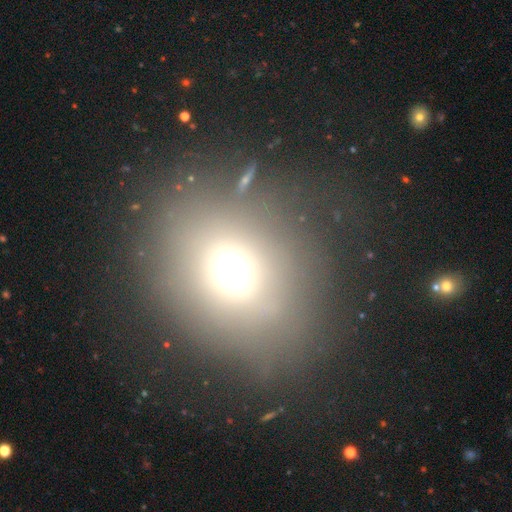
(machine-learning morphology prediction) Smooth or featured?
  - smooth: 63% *
  - star or artifact: 21%
  - featured or disk: 15%
How rounded?
  - round: 62% *
  - in between: 36%
  - cigar-shaped: 1%
Merging?
  - none: 75% *
  - minor disturbance: 13%
  - major disturbance: 9%
  - merger: 3%